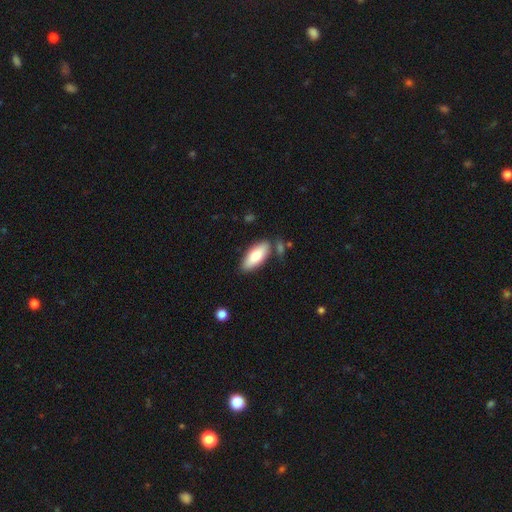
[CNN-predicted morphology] Smooth or featured? smooth (75%)
How rounded? in between (79%)
Merging? none (78%)